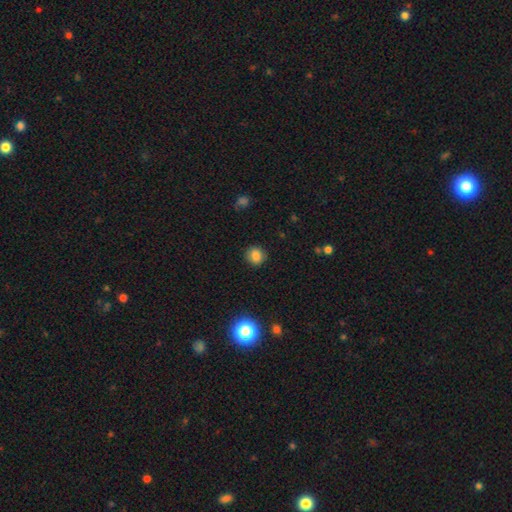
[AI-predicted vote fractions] smooth 83%, star or artifact 11%, featured or disk 6%. Down the decision tree: how rounded — round (87%); merging — none (89%).